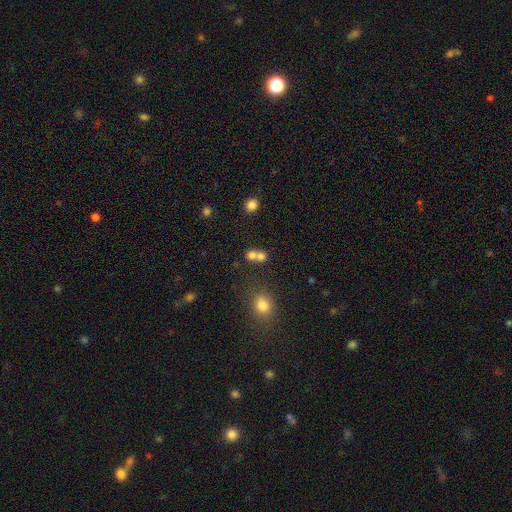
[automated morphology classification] Smooth or featured? Predicted: smooth (p=0.73). How rounded? Predicted: round (p=0.73). Merging? Predicted: merger (p=0.57).